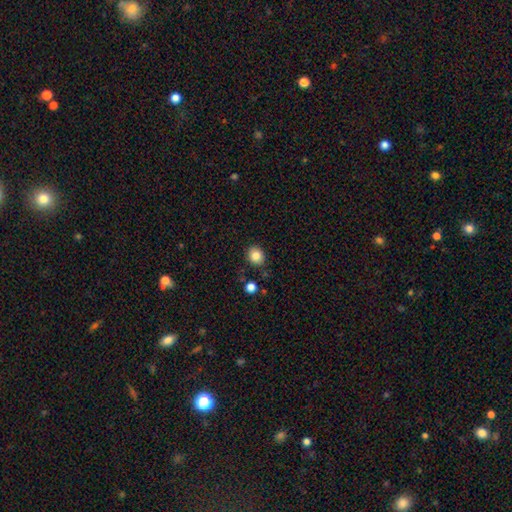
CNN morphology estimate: Q: Smooth or featured?
A: smooth (84%); runner-up: star or artifact (10%)
Q: How rounded?
A: round (70%); runner-up: in between (30%)
Q: Merging?
A: none (85%); runner-up: minor disturbance (9%)